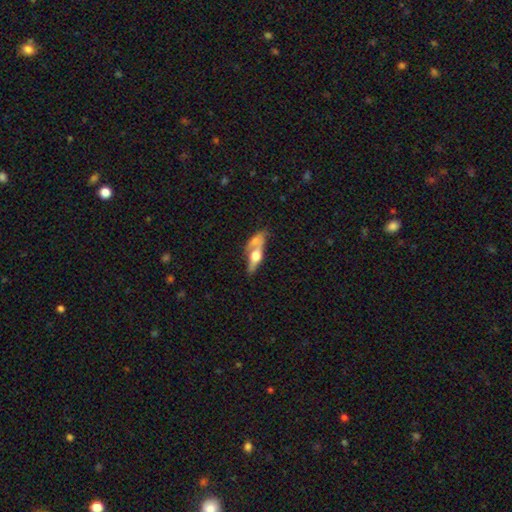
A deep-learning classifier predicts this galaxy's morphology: A featured or disk galaxy (54%) viewed edge-on (71%). Merging: merger (47%).